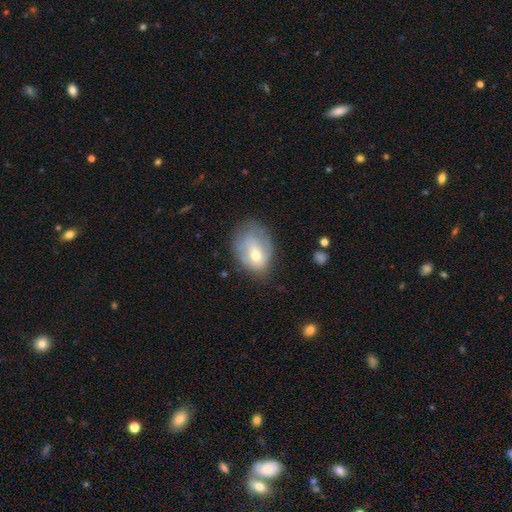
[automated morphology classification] Smooth or featured? Predicted: smooth (p=0.51). How rounded? Predicted: in between (p=0.77). Merging? Predicted: none (p=0.50).